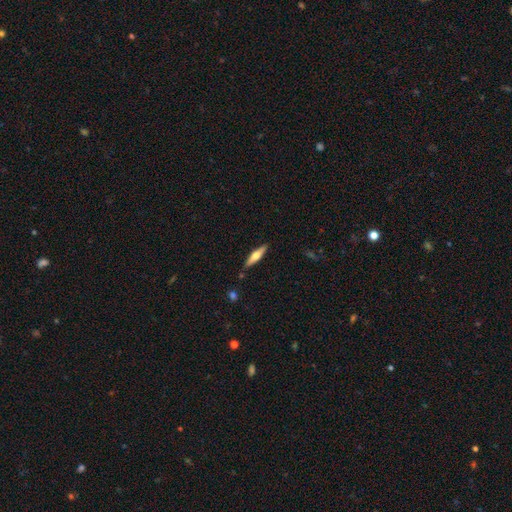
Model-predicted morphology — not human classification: Smooth or featured? Predicted: featured or disk (p=0.54). Edge-on disk? Predicted: yes (p=0.96). Edge-on bulge? Predicted: rounded (p=0.88). Merging? Predicted: none (p=0.87).